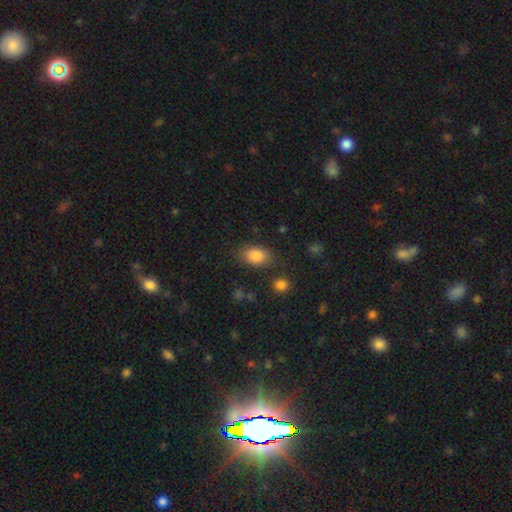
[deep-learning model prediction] This appears to be a smooth galaxy with no disk features (84%) that is in between round and cigar-shaped (85%). Merging: none (77%).